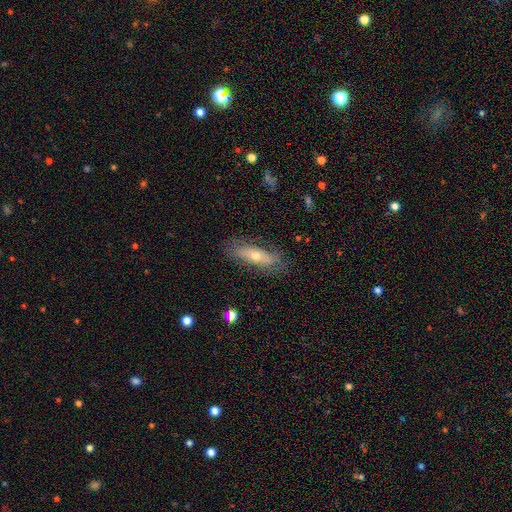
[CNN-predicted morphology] This appears to be a featured or disk galaxy (46%, tied with smooth). Merging: none (79%).